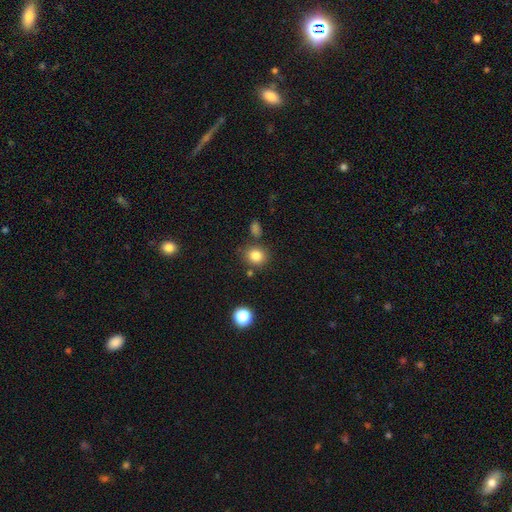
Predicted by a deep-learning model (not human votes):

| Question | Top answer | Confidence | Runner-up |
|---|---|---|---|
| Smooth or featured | smooth | 83% | star or artifact (12%) |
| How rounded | round | 74% | in between (25%) |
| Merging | none | 78% | minor disturbance (11%) |